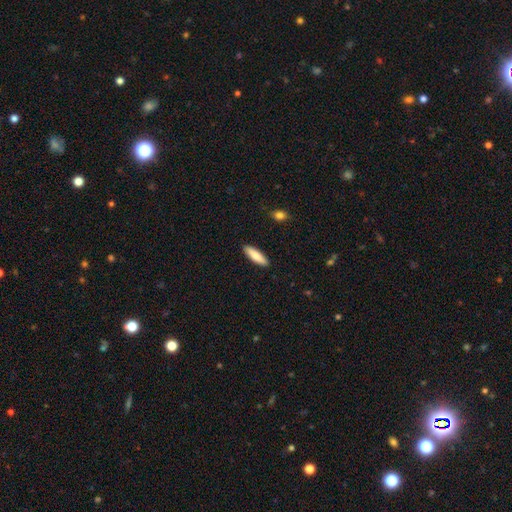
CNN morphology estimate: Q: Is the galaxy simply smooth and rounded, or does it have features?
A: smooth — 81%.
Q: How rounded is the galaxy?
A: cigar-shaped — 62%.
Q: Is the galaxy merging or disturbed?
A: none — 90%.